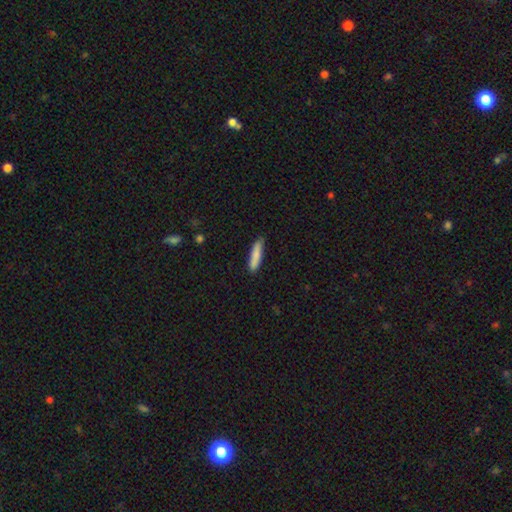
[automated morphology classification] type=smooth (84%); roundness=cigar-shaped (82%); merging=none (85%).